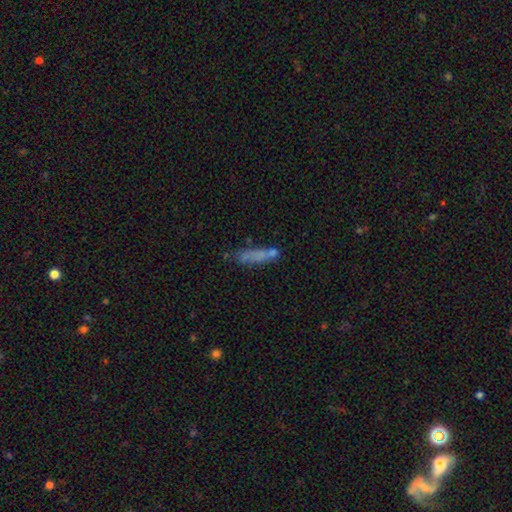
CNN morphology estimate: This is likely a smooth galaxy (66%). How rounded: likely cigar-shaped (76%). Merging: possibly none (52%).